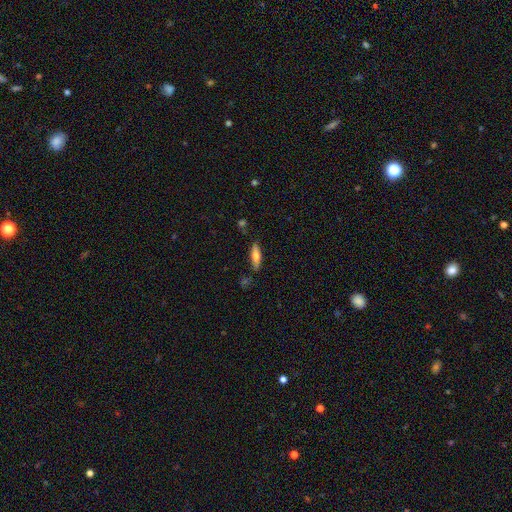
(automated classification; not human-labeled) Smooth or featured? Predicted: smooth (p=0.65). How rounded? Predicted: cigar-shaped (p=0.54). Merging? Predicted: none (p=0.79).